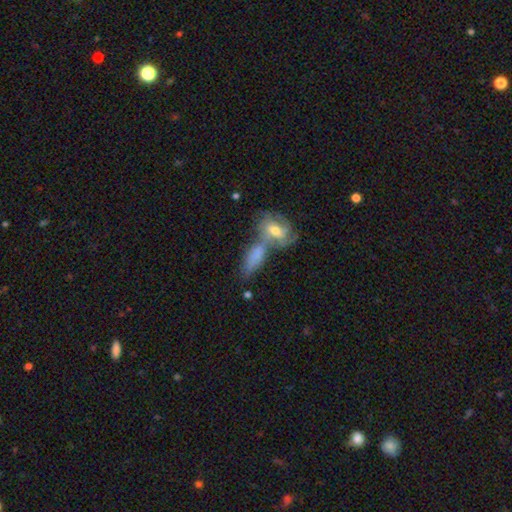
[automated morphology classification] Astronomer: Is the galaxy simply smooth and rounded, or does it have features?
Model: smooth — 53% (runner-up: featured or disk, 39%).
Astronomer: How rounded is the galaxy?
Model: in between — 71%.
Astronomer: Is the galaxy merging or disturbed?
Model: merger — 54%.